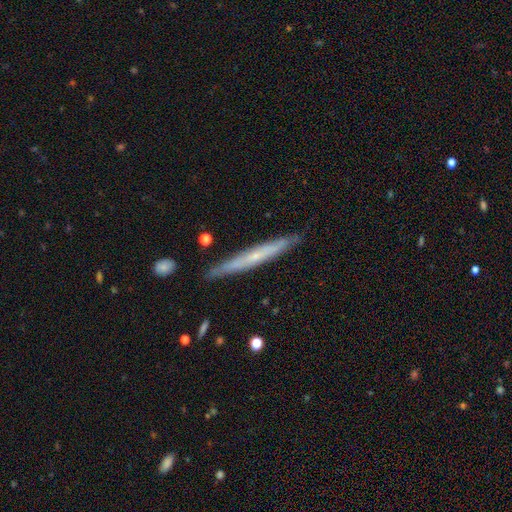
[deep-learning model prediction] featured or disk 55%, smooth 39%, star or artifact 6%. Down the decision tree: edge-on disk — yes (93%); edge-on bulge — none (67%); merging — none (86%).